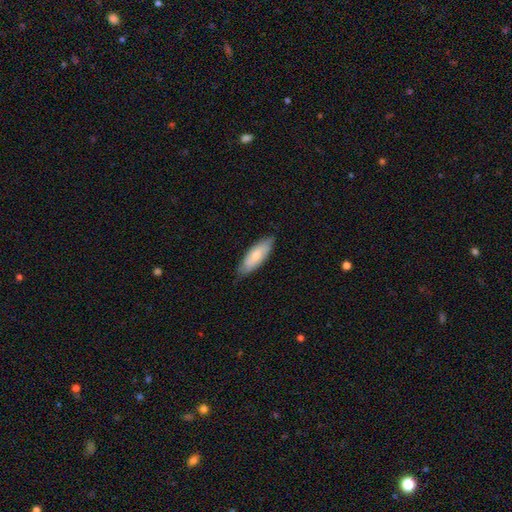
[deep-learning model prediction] This appears to be a smooth galaxy with no disk features (70%) that is in between round and cigar-shaped (64%). Merging: none (80%).